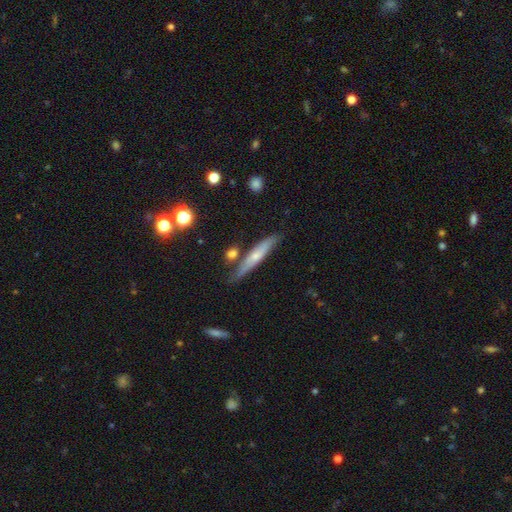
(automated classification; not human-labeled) A smooth galaxy with no disk features (49%).

Vote fractions:
- Smooth or featured? smooth: 49% / featured or disk: 44% / star or artifact: 7%
- Merging? none: 74% / minor disturbance: 16% / merger: 7% / major disturbance: 3%